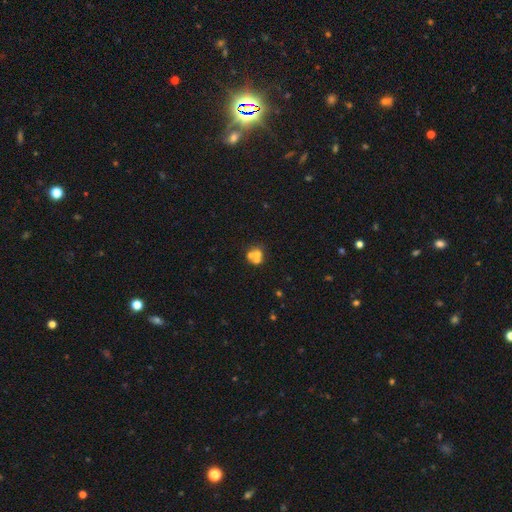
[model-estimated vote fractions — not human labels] smooth-or-featured: smooth: 50% | featured or disk: 33% | star or artifact: 17%
  how-rounded: round: 75% | in between: 24% | cigar-shaped: 1%
  merging: merger: 53% | none: 35% | minor disturbance: 7% | major disturbance: 4%